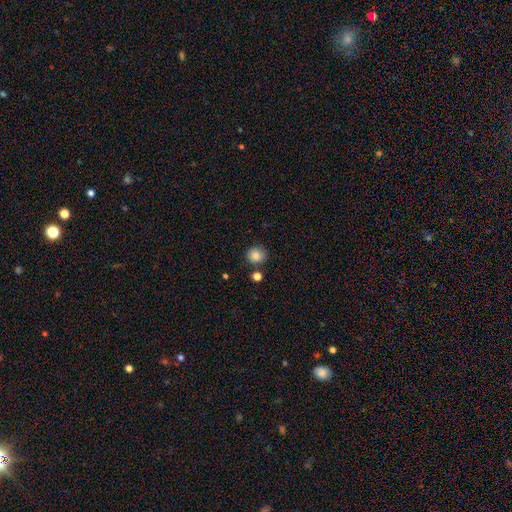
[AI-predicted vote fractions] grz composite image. It shows a smooth galaxy with no disk features (84%) that is round (89%). Merging: none (82%).